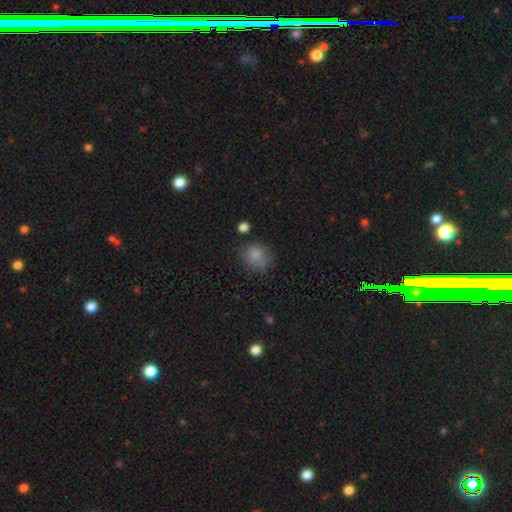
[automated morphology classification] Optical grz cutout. It shows a smooth galaxy with no disk features (81%) that is round (67%). Merging: none (65%).